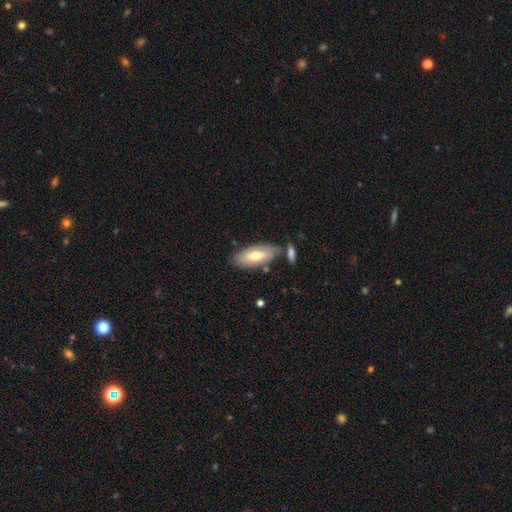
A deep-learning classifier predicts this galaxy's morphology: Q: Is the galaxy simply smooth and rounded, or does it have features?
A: smooth — 65%.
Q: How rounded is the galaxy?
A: in between — 83%.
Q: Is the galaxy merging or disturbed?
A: none — 72%.